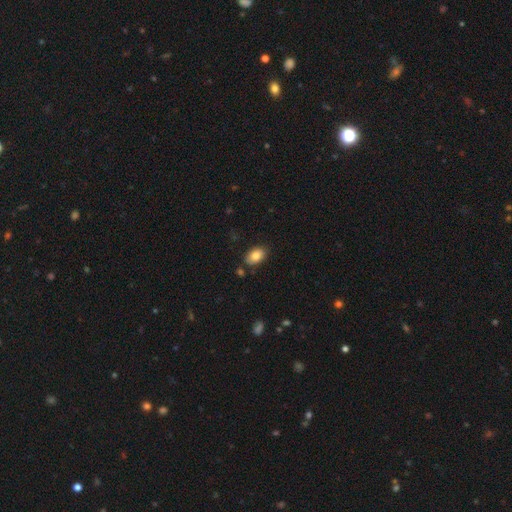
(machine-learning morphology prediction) A smooth galaxy with no disk features (83%) that is in between round and cigar-shaped (86%).

Vote fractions:
- Smooth or featured? smooth: 83% / featured or disk: 9% / star or artifact: 8%
- How rounded? in between: 86% / round: 13% / cigar-shaped: 1%
- Merging? none: 82% / minor disturbance: 12% / merger: 4% / major disturbance: 3%